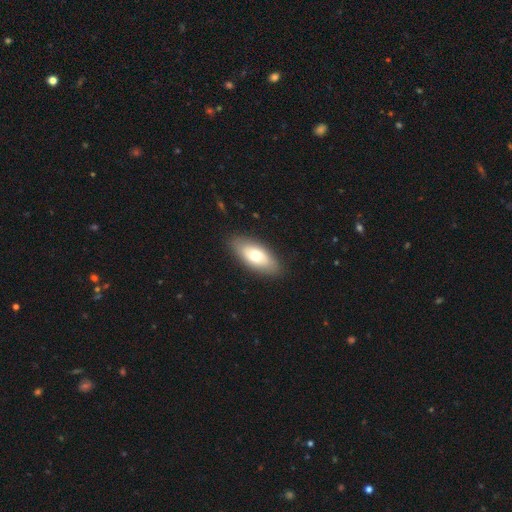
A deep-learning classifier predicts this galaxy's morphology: Q: Smooth or featured?
A: smooth (64%); runner-up: featured or disk (31%)
Q: How rounded?
A: in between (88%); runner-up: cigar-shaped (9%)
Q: Merging?
A: none (86%); runner-up: minor disturbance (10%)